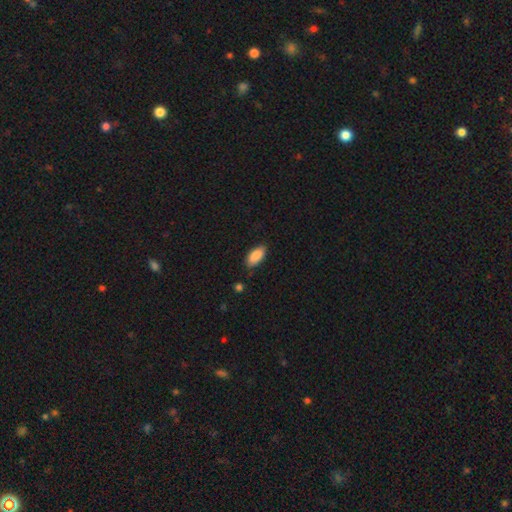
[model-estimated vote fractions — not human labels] Q: Smooth or featured?
A: smooth (89%); runner-up: star or artifact (6%)
Q: How rounded?
A: in between (90%); runner-up: cigar-shaped (8%)
Q: Merging?
A: none (79%); runner-up: minor disturbance (16%)